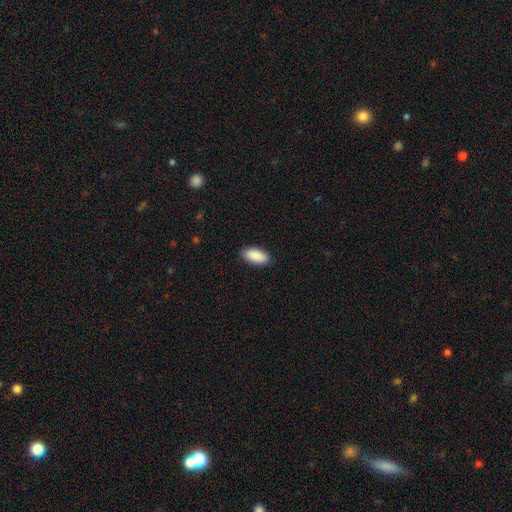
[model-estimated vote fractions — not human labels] Smooth or featured?
  - smooth: 91% *
  - star or artifact: 6%
  - featured or disk: 3%
How rounded?
  - in between: 92% *
  - cigar-shaped: 6%
  - round: 2%
Merging?
  - none: 90% *
  - minor disturbance: 7%
  - major disturbance: 2%
  - merger: 1%